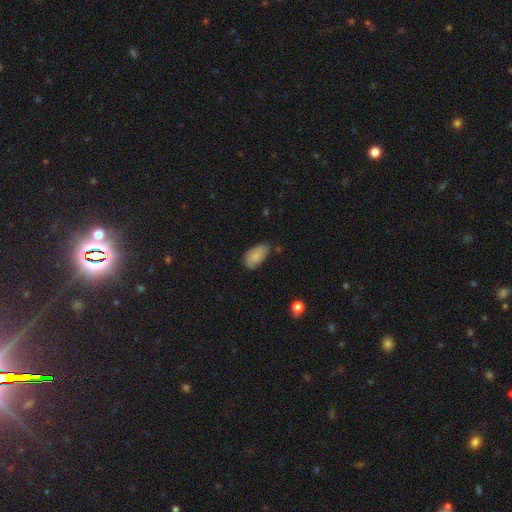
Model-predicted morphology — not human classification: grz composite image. It shows a smooth galaxy with no disk features (81%) that is in between round and cigar-shaped (94%). Merging: none (62%).